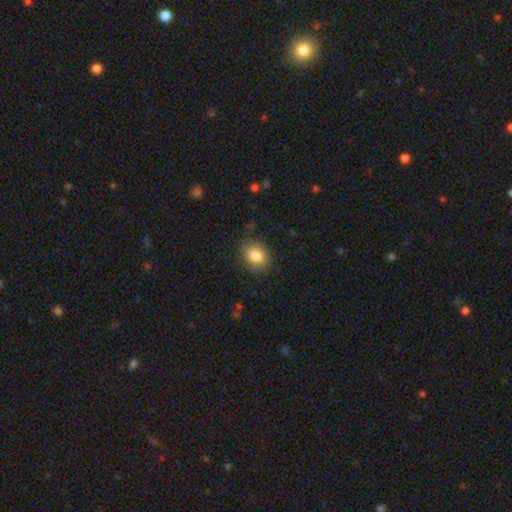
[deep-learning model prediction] Smooth or featured: smooth — 85% (star or artifact — 8%)
How rounded: round — 51% (in between — 48%)
Merging: none — 84% (minor disturbance — 12%)